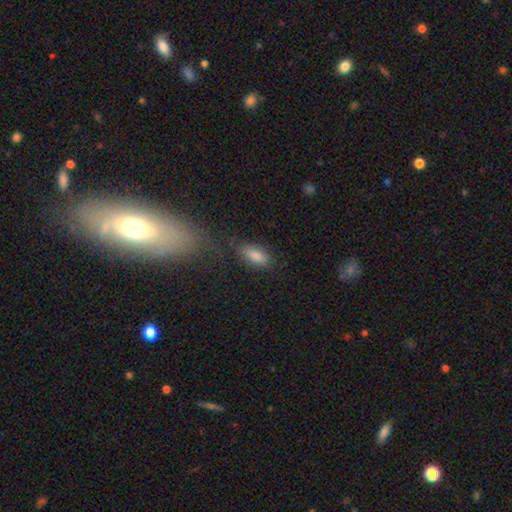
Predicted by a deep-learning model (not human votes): This appears to be a smooth galaxy with no disk features (84%) that is in between round and cigar-shaped (85%). Merging: none (73%).